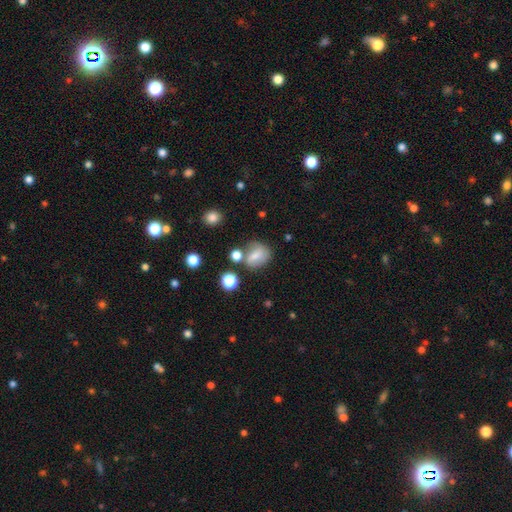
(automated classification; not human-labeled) smooth-or-featured: smooth: 61% | featured or disk: 27% | star or artifact: 12%
  how-rounded: round: 50% | in between: 48% | cigar-shaped: 2%
  merging: none: 51% | minor disturbance: 22% | merger: 16% | major disturbance: 11%